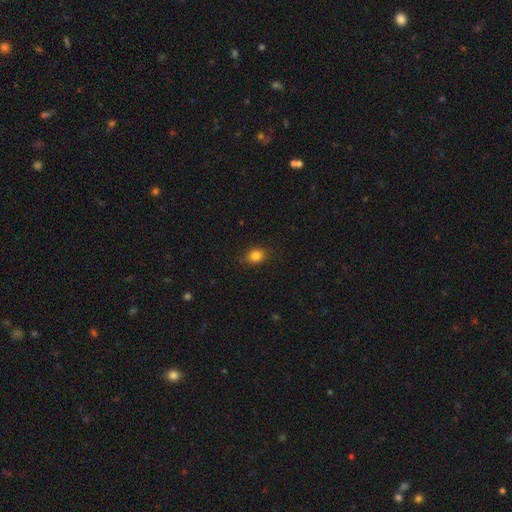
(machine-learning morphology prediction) type=smooth (83%); roundness=in between (56%); merging=none (85%).